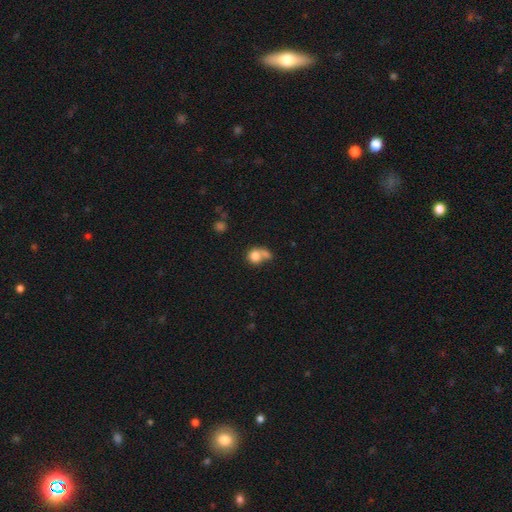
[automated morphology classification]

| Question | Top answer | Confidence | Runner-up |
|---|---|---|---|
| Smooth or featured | smooth | 77% | featured or disk (13%) |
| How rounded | round | 74% | in between (25%) |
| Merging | merger | 49% | none (31%) |